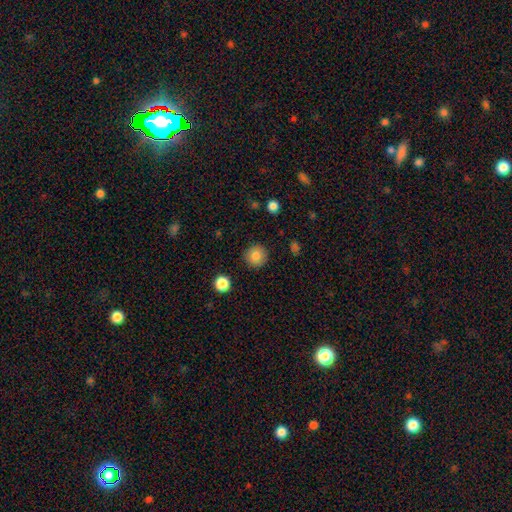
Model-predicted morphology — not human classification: smooth_or_featured: smooth (p=0.83) [alt: star or artifact p=0.09]
how_rounded: round (p=0.95) [alt: in between p=0.05]
merging: none (p=0.90) [alt: minor disturbance p=0.06]